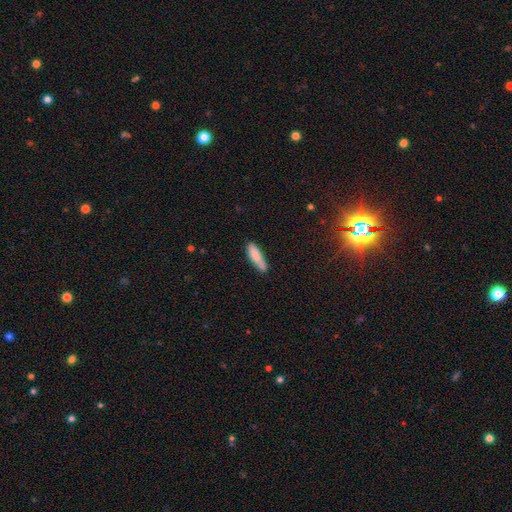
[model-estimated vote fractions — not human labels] This is clearly a smooth galaxy (82%). How rounded: likely cigar-shaped (68%). Merging: likely none (71%).